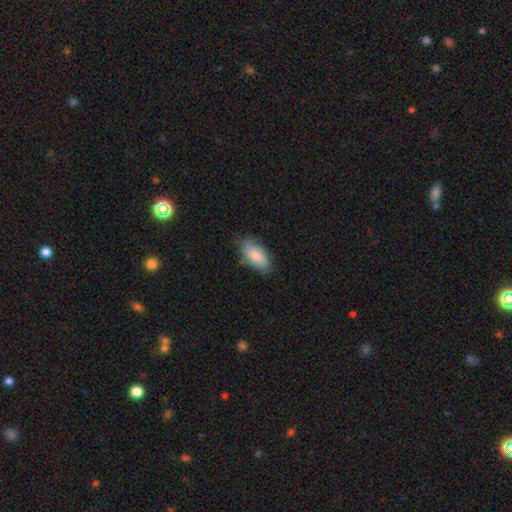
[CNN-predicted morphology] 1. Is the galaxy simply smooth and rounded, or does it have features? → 81% smooth, 12% featured or disk, 6% star or artifact.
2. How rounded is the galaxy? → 89% in between, 8% cigar-shaped, 2% round.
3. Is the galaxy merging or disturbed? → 70% none, 23% minor disturbance, 5% major disturbance, 1% merger.